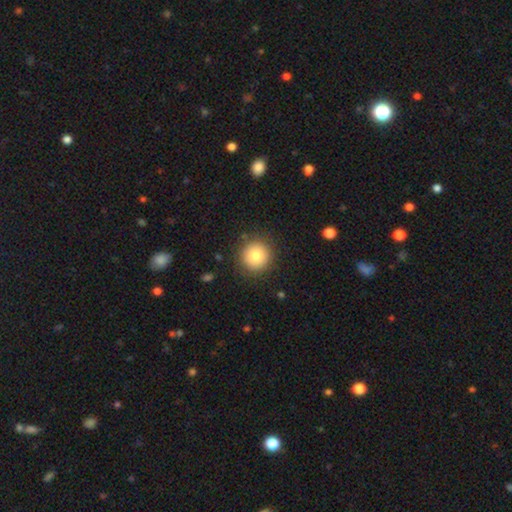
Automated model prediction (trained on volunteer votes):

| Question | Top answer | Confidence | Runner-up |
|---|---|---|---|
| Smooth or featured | smooth | 81% | star or artifact (10%) |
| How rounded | round | 94% | in between (5%) |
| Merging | none | 88% | minor disturbance (8%) |